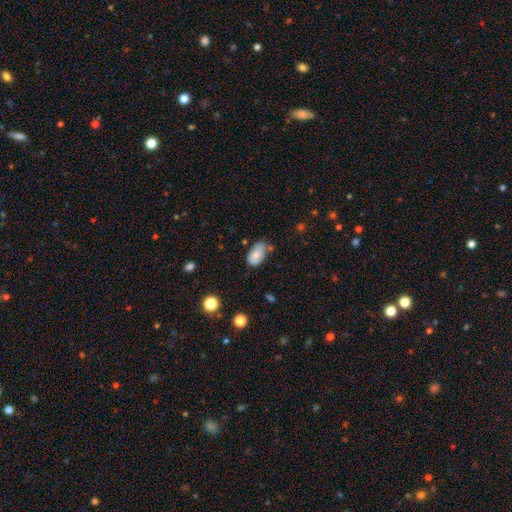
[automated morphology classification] smooth_or_featured: smooth (p=0.71) [alt: featured or disk p=0.21]
how_rounded: in between (p=0.92) [alt: round p=0.06]
merging: none (p=0.56) [alt: minor disturbance p=0.30]